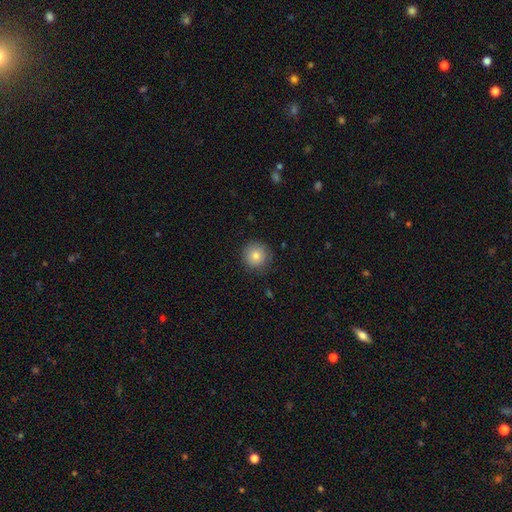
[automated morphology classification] Smooth or featured? Predicted: smooth (p=0.81). How rounded? Predicted: round (p=0.95). Merging? Predicted: none (p=0.87).